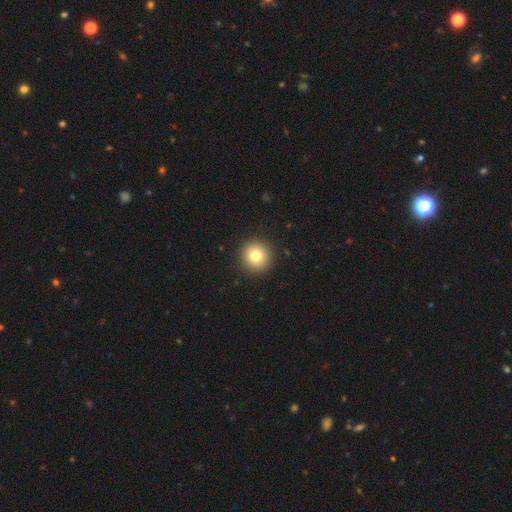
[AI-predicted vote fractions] Smooth or featured? Predicted: smooth (p=0.80). How rounded? Predicted: round (p=0.95). Merging? Predicted: none (p=0.92).